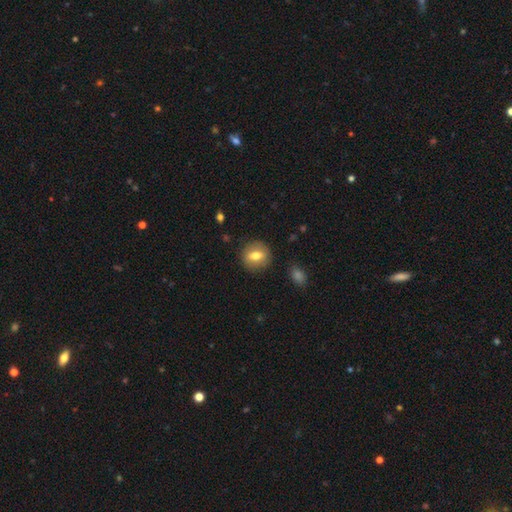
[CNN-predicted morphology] Smooth or featured: smooth — 64% (featured or disk — 27%)
How rounded: round — 71% (in between — 26%)
Merging: none — 86% (minor disturbance — 9%)